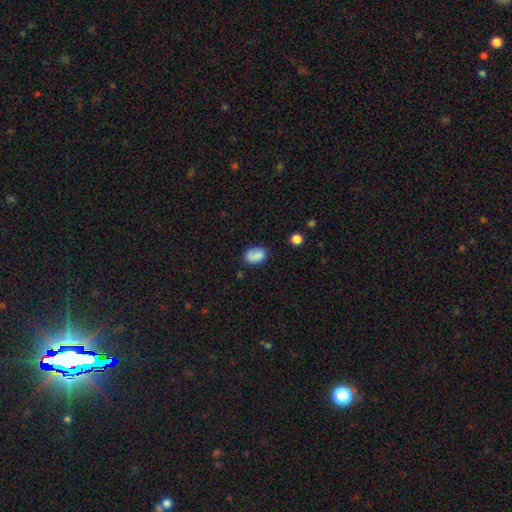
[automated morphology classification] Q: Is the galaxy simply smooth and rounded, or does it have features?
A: smooth — 85%.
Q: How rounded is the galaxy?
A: in between — 83%.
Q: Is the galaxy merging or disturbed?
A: none — 74%.